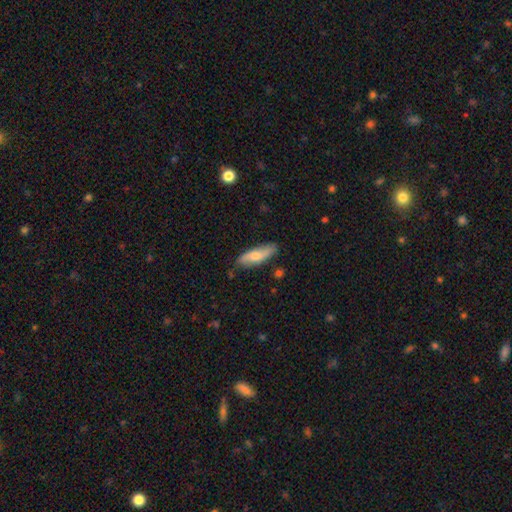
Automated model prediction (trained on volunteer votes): Morphology: type=smooth (67%); roundness=in between (51%); merging=none (77%).